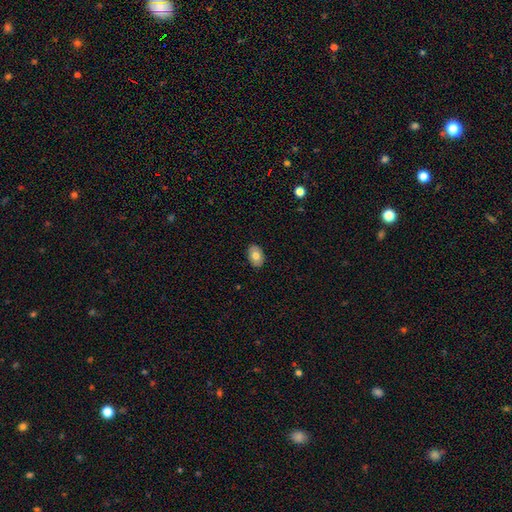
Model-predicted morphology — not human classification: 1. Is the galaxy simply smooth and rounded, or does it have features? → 74% smooth, 19% featured or disk, 7% star or artifact.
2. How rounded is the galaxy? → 83% in between, 16% round, 1% cigar-shaped.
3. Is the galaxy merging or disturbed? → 88% none, 9% minor disturbance, 2% major disturbance, 1% merger.